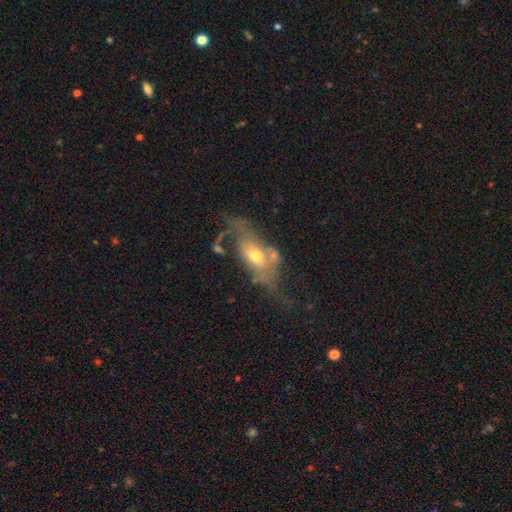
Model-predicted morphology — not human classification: A featured or disk galaxy (51%). Merging: major disturbance (40%).